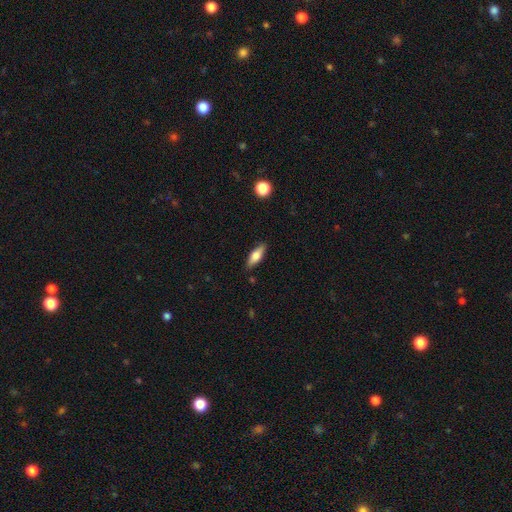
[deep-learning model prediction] A smooth galaxy with no disk features (65%) that is in between round and cigar-shaped (59%).

Vote fractions:
- Smooth or featured? smooth: 65% / featured or disk: 29% / star or artifact: 7%
- How rounded? in between: 59% / cigar-shaped: 39% / round: 3%
- Merging? none: 85% / minor disturbance: 11% / major disturbance: 2% / merger: 2%